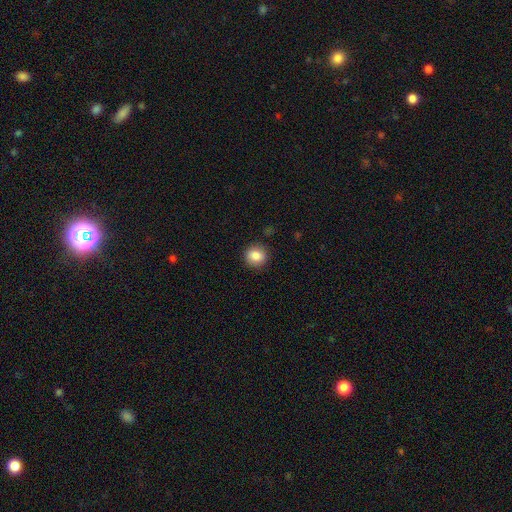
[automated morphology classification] Overall: smooth (85%). How rounded: round (83%). Merging: none (87%).